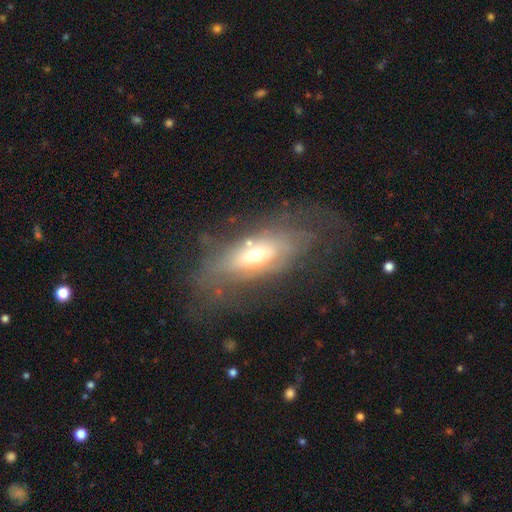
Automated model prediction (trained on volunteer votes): This appears to be a featured or disk galaxy (59%). Merging: none (52%).